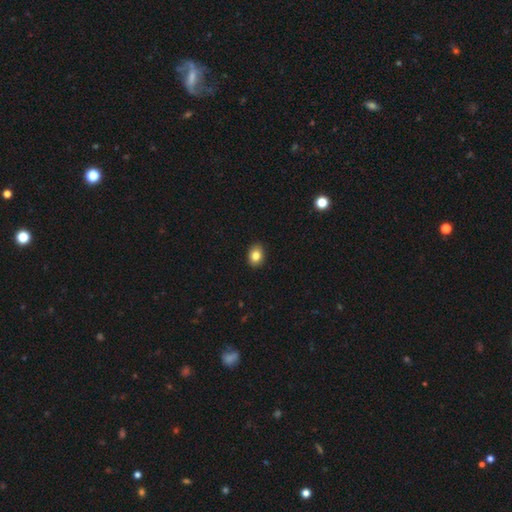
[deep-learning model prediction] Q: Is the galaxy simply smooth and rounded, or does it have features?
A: smooth — 84%.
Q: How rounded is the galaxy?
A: in between — 63%.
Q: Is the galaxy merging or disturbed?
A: none — 90%.